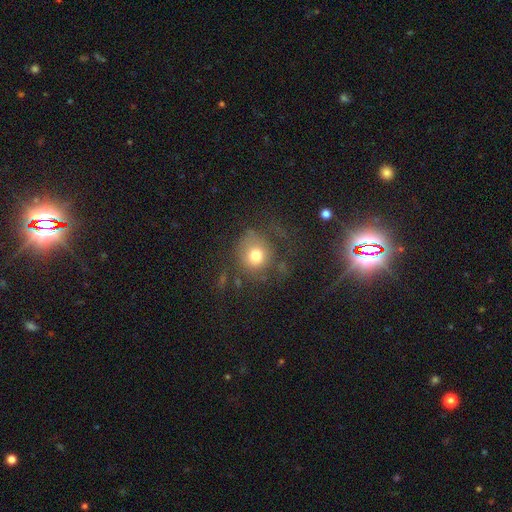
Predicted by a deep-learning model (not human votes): Smooth or featured?
  - smooth: 73% *
  - featured or disk: 15%
  - star or artifact: 12%
How rounded?
  - round: 84% *
  - in between: 15%
  - cigar-shaped: 1%
Merging?
  - none: 57% *
  - major disturbance: 21%
  - minor disturbance: 19%
  - merger: 3%